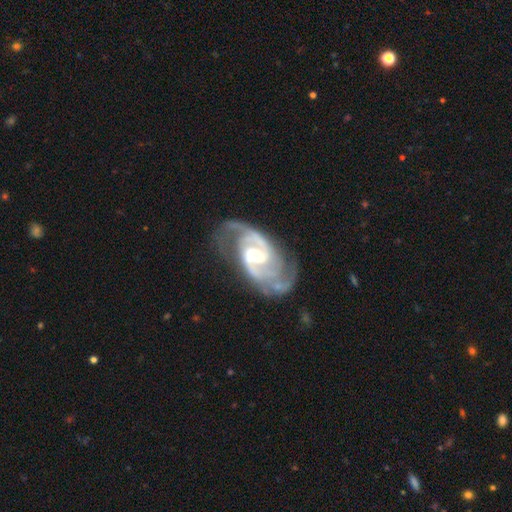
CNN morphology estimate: Smooth or featured?
  - featured or disk: 92% *
  - star or artifact: 4%
  - smooth: 3%
Edge-on disk?
  - no: 97% *
  - yes: 3%
Bar?
  - weak: 53% *
  - strong: 26%
  - no: 20%
Spiral arms?
  - yes: 98% *
  - no: 2%
Spiral winding?
  - medium: 55% *
  - tight: 31%
  - loose: 14%
Spiral arm count?
  - 2: 82% *
  - 3: 8%
  - can't tell: 4%
  - 4: 2%
  - 1: 2%
  - more than 4: 2%
Bulge size?
  - moderate: 61% *
  - small: 32%
  - large: 5%
  - none: 2%
  - dominant: 1%
Merging?
  - none: 69% *
  - minor disturbance: 19%
  - major disturbance: 10%
  - merger: 2%